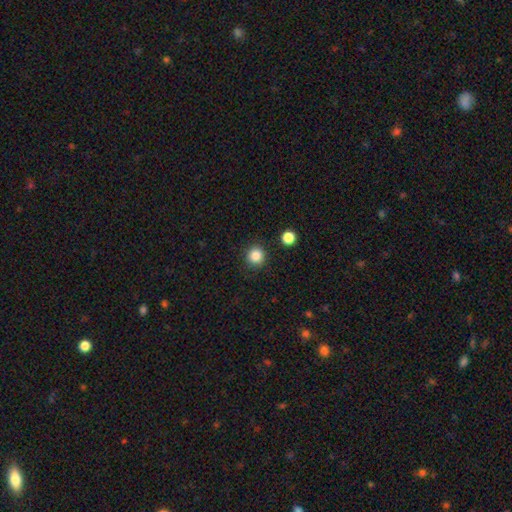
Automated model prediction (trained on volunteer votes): This appears to be a smooth galaxy with no disk features (86%) that is round (92%). Merging: none (89%).